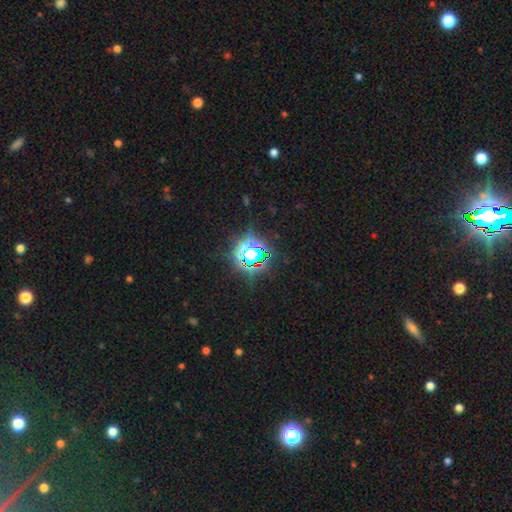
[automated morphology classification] This is likely a star or artifact rather than a galaxy (73%).